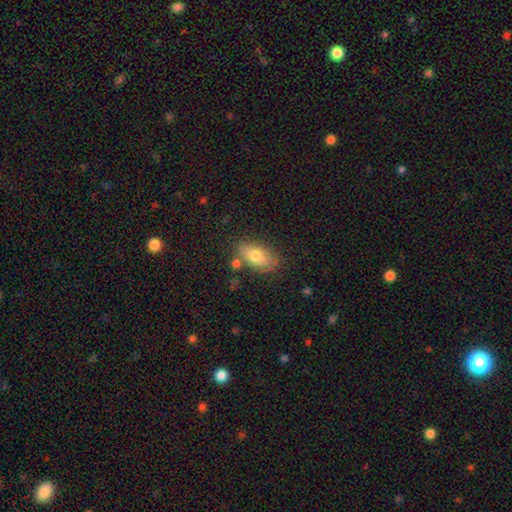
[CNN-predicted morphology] This appears to be a smooth galaxy with no disk features (75%) that is in between round and cigar-shaped (89%). Merging: none (72%).